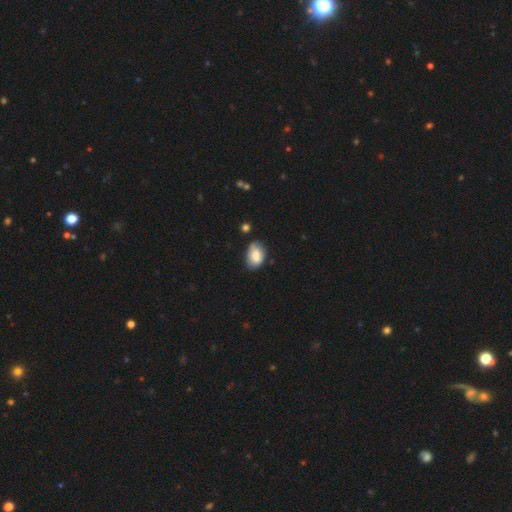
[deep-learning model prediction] Smooth or featured? smooth (81%)
How rounded? in between (88%)
Merging? none (61%)